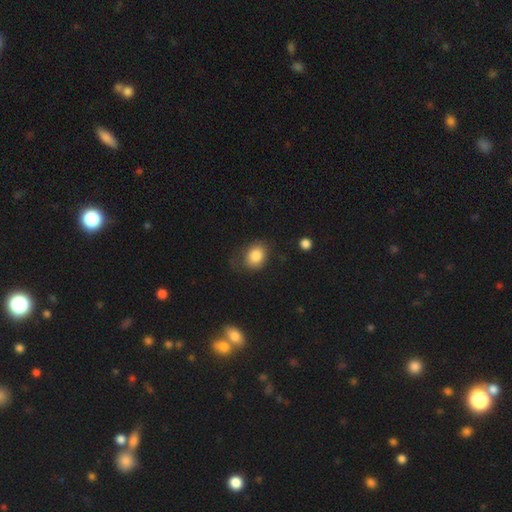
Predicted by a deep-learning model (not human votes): smooth 83%, star or artifact 9%, featured or disk 8%. Down the decision tree: how rounded — in between (53%); merging — none (65%).